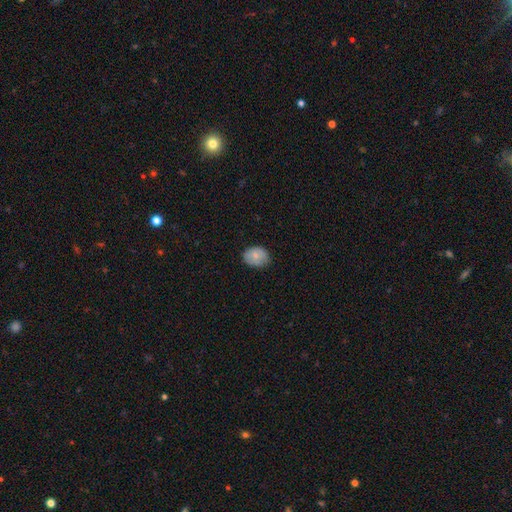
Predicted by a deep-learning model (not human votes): Smooth or featured?
  - smooth: 78% *
  - featured or disk: 15%
  - star or artifact: 7%
How rounded?
  - in between: 62% *
  - round: 37%
  - cigar-shaped: 1%
Merging?
  - none: 74% *
  - minor disturbance: 21%
  - major disturbance: 4%
  - merger: 1%